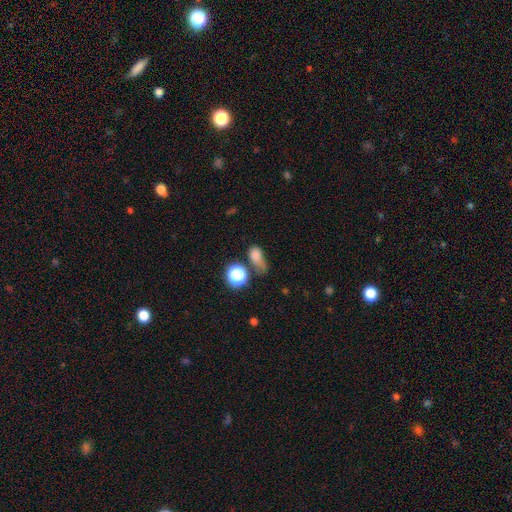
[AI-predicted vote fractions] This is likely a smooth galaxy (72%). How rounded: likely in between (62%). Merging: marginally none (31%).